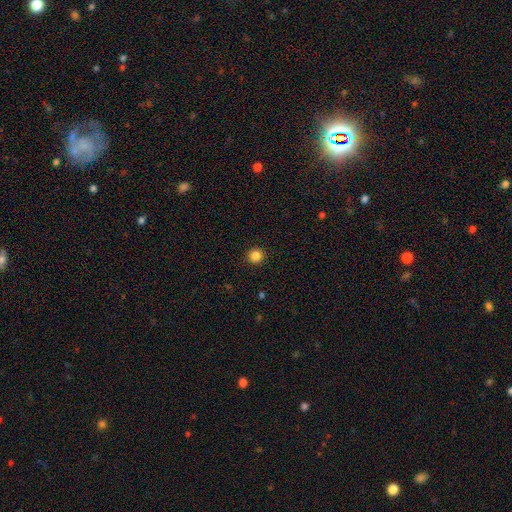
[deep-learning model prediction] Overall: smooth (85%). How rounded: round (96%). Merging: none (93%).